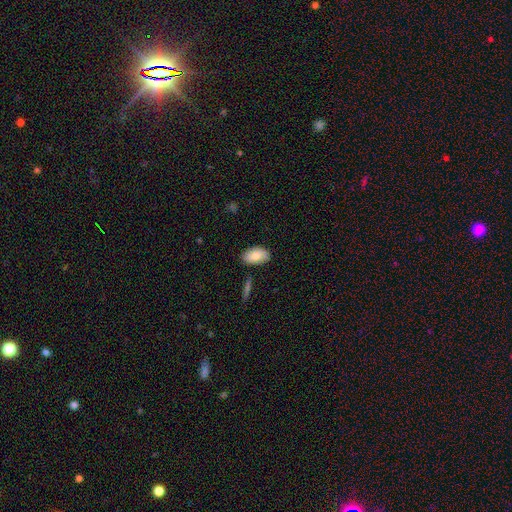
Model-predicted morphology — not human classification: smooth-or-featured: smooth: 80% | featured or disk: 14% | star or artifact: 6%
  how-rounded: in between: 94% | round: 4% | cigar-shaped: 2%
  merging: none: 83% | minor disturbance: 12% | merger: 3% | major disturbance: 2%